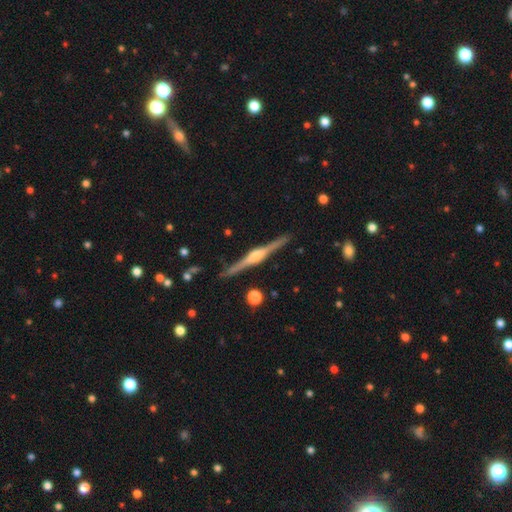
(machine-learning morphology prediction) This appears to be a featured or disk galaxy (87%) viewed edge-on (98%) with a rounded central bulge (83%). Merging: none (90%).